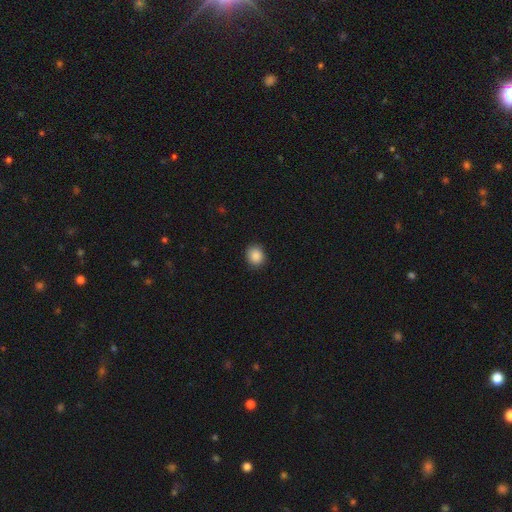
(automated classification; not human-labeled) A smooth galaxy with no disk features (88%) that is round (76%).

Vote fractions:
- Smooth or featured? smooth: 88% / star or artifact: 9% / featured or disk: 3%
- How rounded? round: 76% / in between: 23% / cigar-shaped: 1%
- Merging? none: 90% / minor disturbance: 7% / major disturbance: 2% / merger: 1%